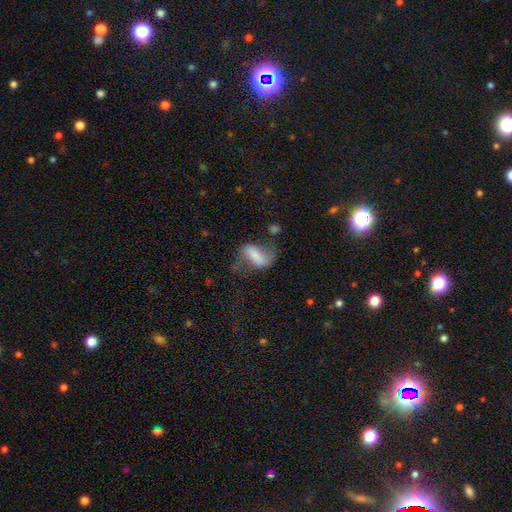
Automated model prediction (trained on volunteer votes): A featured or disk galaxy (49%).

Vote fractions:
- Smooth or featured? featured or disk: 49% / smooth: 42% / star or artifact: 9%
- Merging? none: 42% / major disturbance: 28% / minor disturbance: 24% / merger: 6%